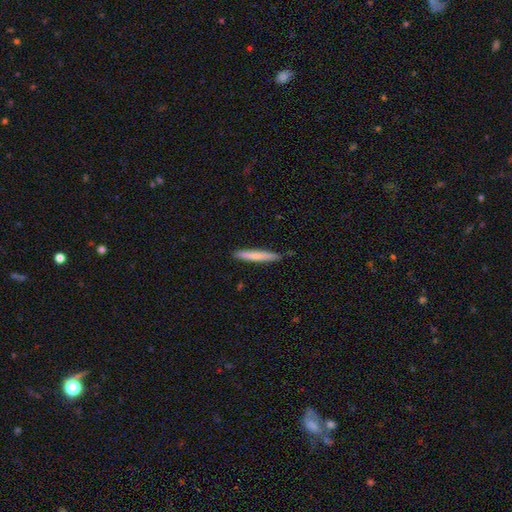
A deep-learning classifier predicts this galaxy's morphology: type=smooth (73%); roundness=cigar-shaped (96%); merging=none (87%).